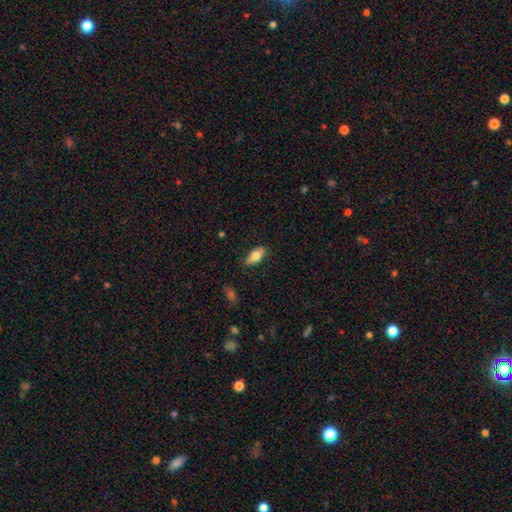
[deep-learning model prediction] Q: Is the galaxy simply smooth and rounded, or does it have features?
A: smooth — 74%.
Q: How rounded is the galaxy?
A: in between — 86%.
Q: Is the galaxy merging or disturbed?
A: none — 83%.